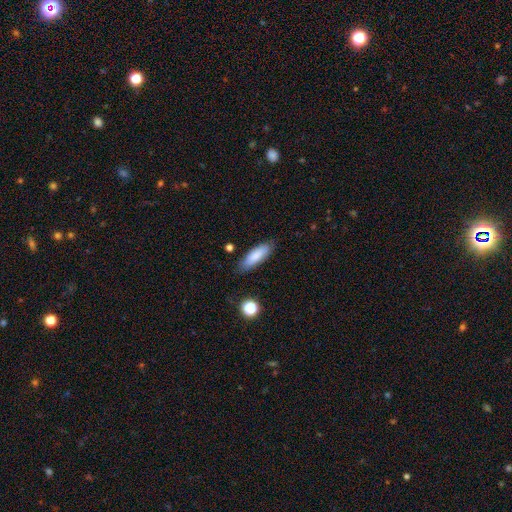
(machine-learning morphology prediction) smooth 82%, featured or disk 11%, star or artifact 7%. Down the decision tree: how rounded — in between (53%); merging — none (83%).